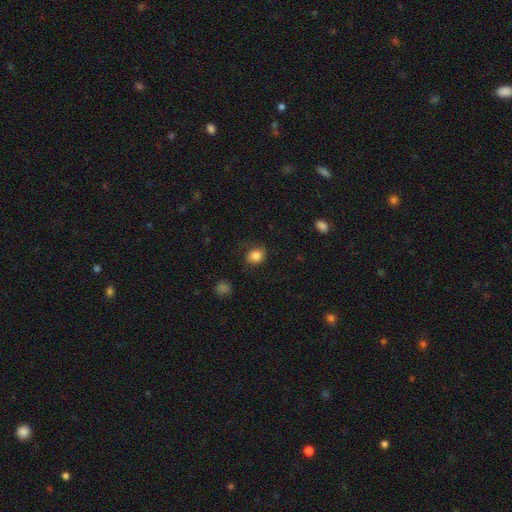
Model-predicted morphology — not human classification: This is clearly a smooth galaxy (83%). How rounded: likely round (64%). Merging: likely none (70%).